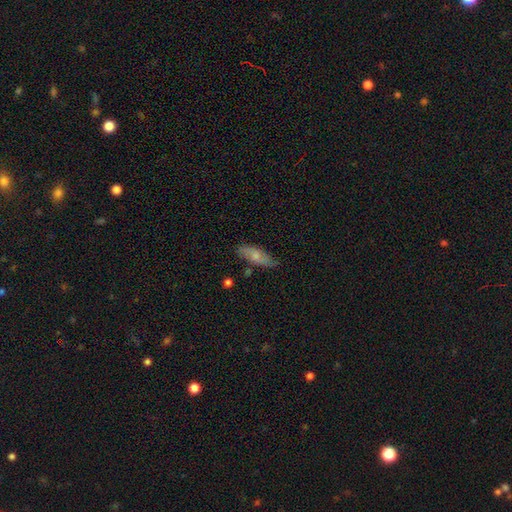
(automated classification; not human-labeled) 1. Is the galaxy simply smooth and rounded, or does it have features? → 59% smooth, 34% featured or disk, 7% star or artifact.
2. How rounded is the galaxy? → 63% in between, 34% cigar-shaped, 3% round.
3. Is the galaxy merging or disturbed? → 74% none, 20% minor disturbance, 4% major disturbance, 3% merger.